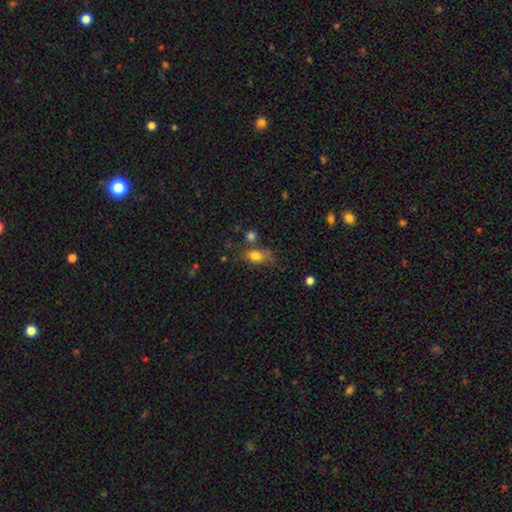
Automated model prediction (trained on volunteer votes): This is likely a smooth galaxy (76%). How rounded: likely in between (77%). Merging: possibly none (49%).